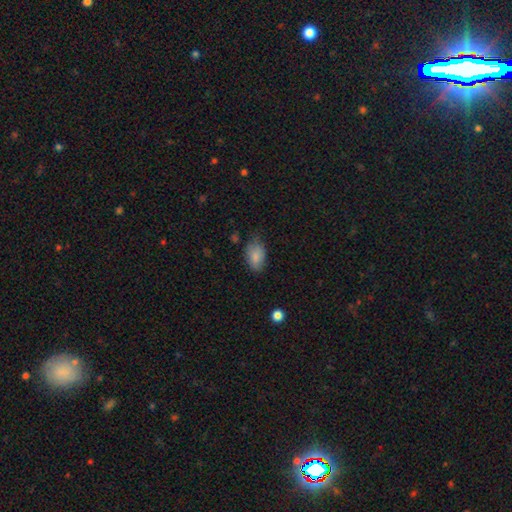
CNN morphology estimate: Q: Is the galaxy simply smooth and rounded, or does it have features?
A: smooth — 85%.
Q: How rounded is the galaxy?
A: in between — 91%.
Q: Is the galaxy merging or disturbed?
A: none — 62%.